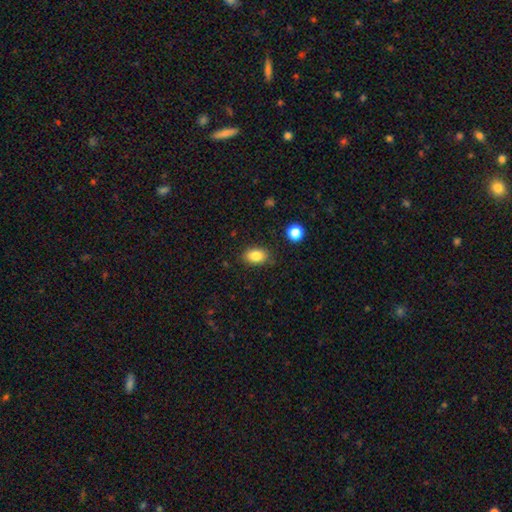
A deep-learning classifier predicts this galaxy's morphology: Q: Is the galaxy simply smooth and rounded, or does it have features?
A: smooth — 85%.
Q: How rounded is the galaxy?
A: in between — 84%.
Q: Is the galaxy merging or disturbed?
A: none — 83%.